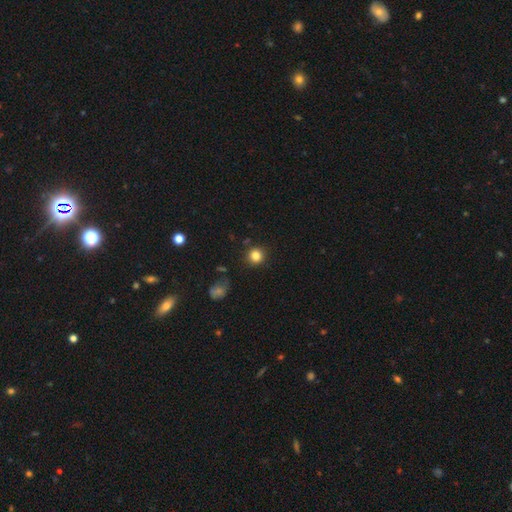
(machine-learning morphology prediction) The model was most divided on "smooth or featured": smooth: 83%, star or artifact: 12%, featured or disk: 5%. More confident: how rounded — round (92%); merging — none (87%).